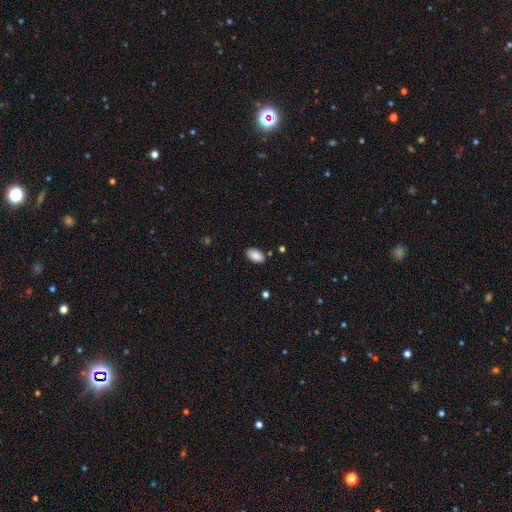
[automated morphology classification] Overall: smooth (88%). How rounded: in between (94%). Merging: none (85%).